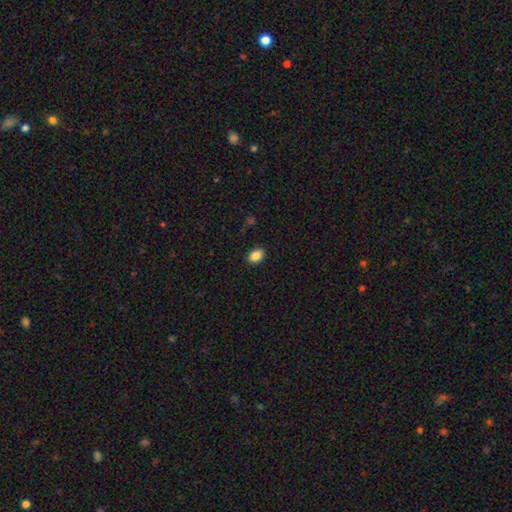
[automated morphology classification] A smooth galaxy with no disk features (87%) that is in between round and cigar-shaped (81%).

Vote fractions:
- Smooth or featured? smooth: 87% / star or artifact: 8% / featured or disk: 4%
- How rounded? in between: 81% / round: 18% / cigar-shaped: 1%
- Merging? none: 89% / minor disturbance: 8% / major disturbance: 2% / merger: 1%